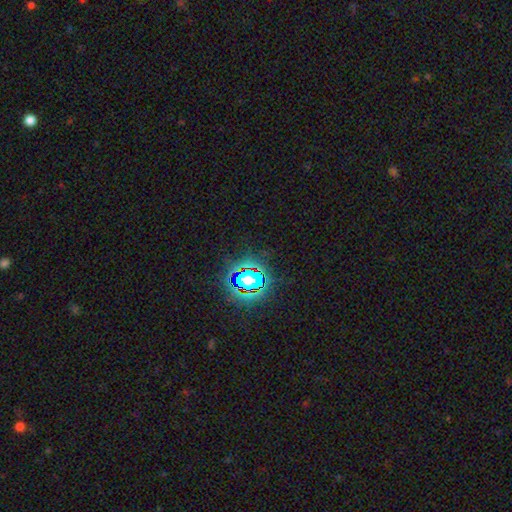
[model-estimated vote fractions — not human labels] star or artifact 79%, smooth 13%, featured or disk 8%.